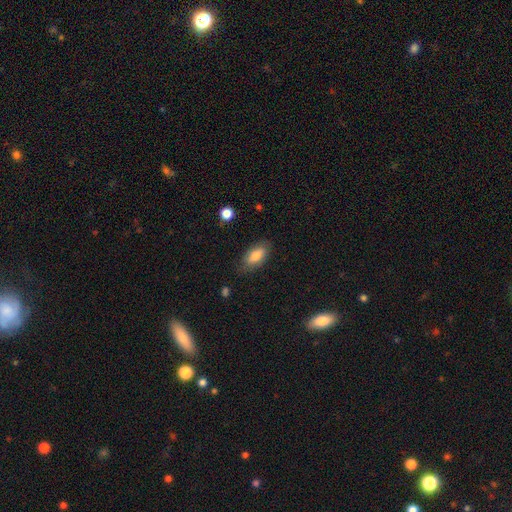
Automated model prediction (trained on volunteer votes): smooth_or_featured: smooth (p=0.77) [alt: featured or disk p=0.16]
how_rounded: in between (p=0.87) [alt: cigar-shaped p=0.09]
merging: none (p=0.79) [alt: minor disturbance p=0.16]